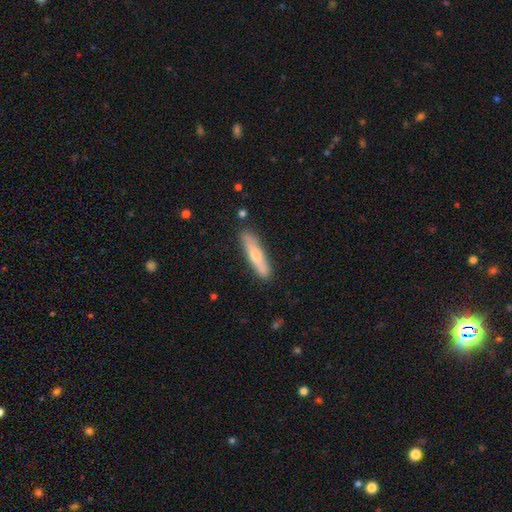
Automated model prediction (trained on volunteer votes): Smooth or featured? Predicted: smooth (p=0.59). How rounded? Predicted: cigar-shaped (p=0.86). Merging? Predicted: none (p=0.85).